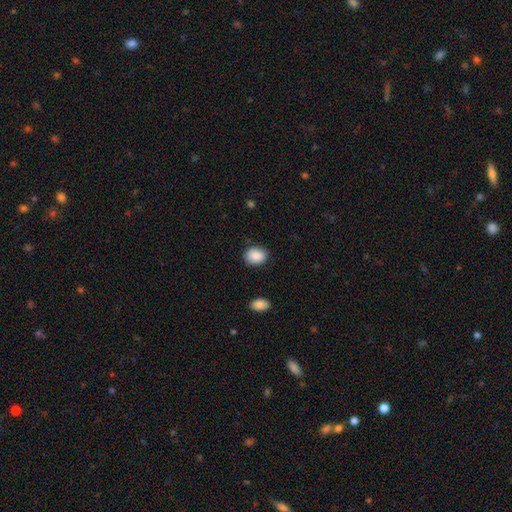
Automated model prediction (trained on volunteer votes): This appears to be a smooth galaxy with no disk features (89%) that is in between round and cigar-shaped (58%). Merging: none (85%).